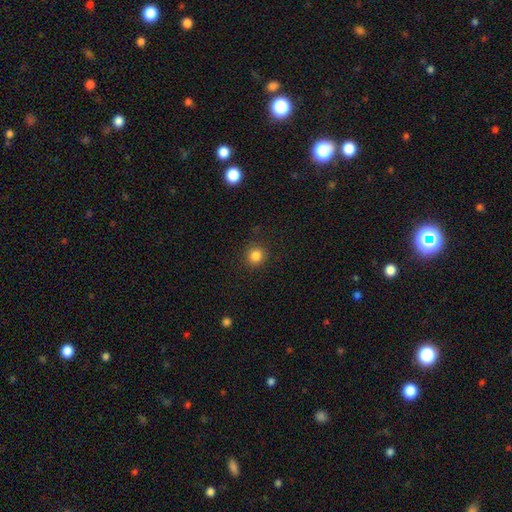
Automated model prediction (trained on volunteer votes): A smooth galaxy with no disk features (84%) that is round (91%).

Vote fractions:
- Smooth or featured? smooth: 84% / star or artifact: 11% / featured or disk: 4%
- How rounded? round: 91% / in between: 9% / cigar-shaped: 1%
- Merging? none: 90% / minor disturbance: 7% / major disturbance: 2% / merger: 1%